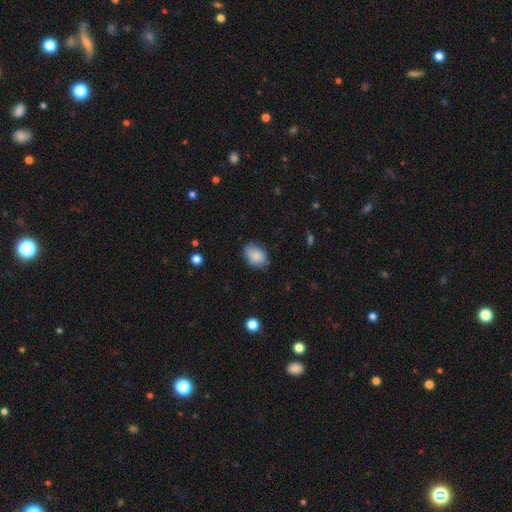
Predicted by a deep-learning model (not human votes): A smooth galaxy with no disk features (84%) that is in between round and cigar-shaped (79%).

Vote fractions:
- Smooth or featured? smooth: 84% / featured or disk: 9% / star or artifact: 7%
- How rounded? in between: 79% / round: 20% / cigar-shaped: 1%
- Merging? none: 76% / minor disturbance: 19% / major disturbance: 4% / merger: 1%